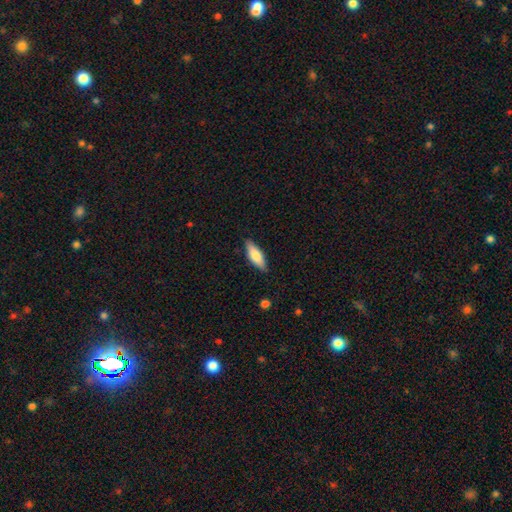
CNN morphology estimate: This appears to be a smooth galaxy with no disk features (74%) that is in between round and cigar-shaped (60%). Merging: none (85%).